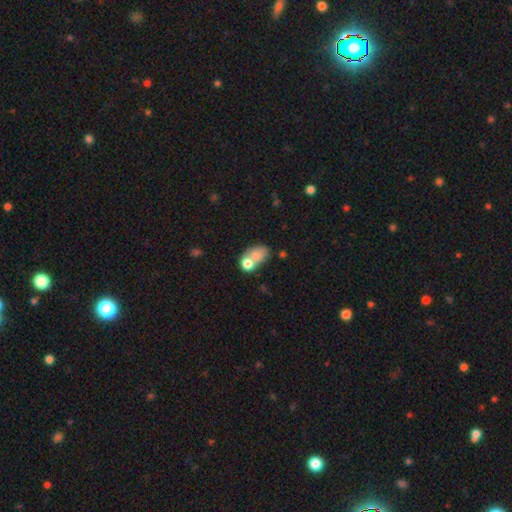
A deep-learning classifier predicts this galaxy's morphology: This appears to be a smooth galaxy with no disk features (73%) that is in between round and cigar-shaped (67%). Merging: merger (55%).